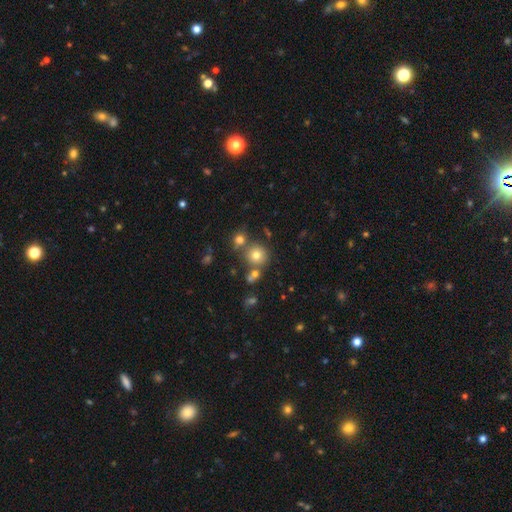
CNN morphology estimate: This appears to be a smooth galaxy with no disk features (71%) that is round (89%). Merging: none (68%).